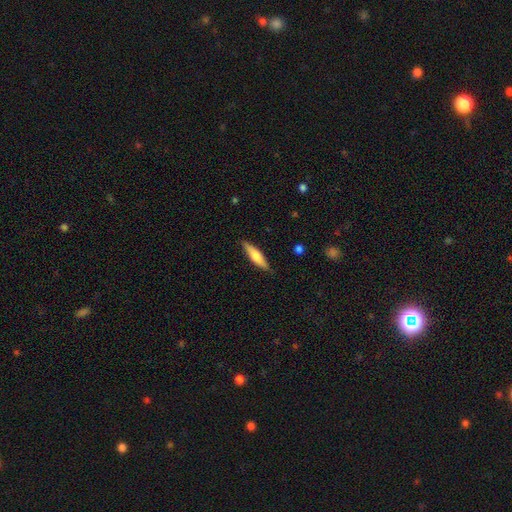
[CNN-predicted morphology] Overall: smooth (62%; featured or disk 32%). How rounded: cigar-shaped (72%). Merging: none (86%).